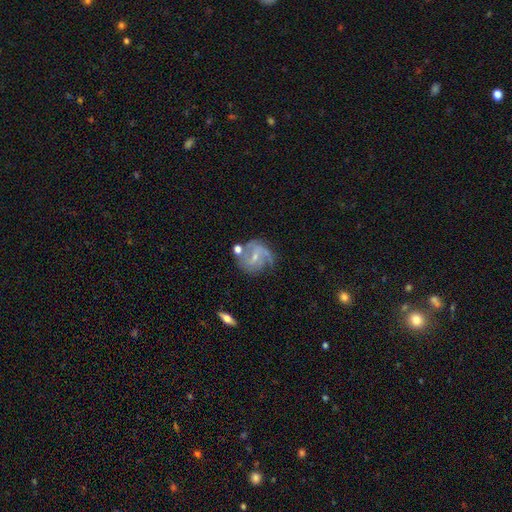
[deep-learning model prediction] smooth_or_featured: featured or disk (p=0.76) [alt: smooth p=0.16]
disk_edge_on: no (p=0.97) [alt: yes p=0.03]
bar: weak (p=0.53) [alt: no p=0.26]
has_spiral_arms: yes (p=0.91) [alt: no p=0.09]
spiral_winding: medium (p=0.44) [alt: loose p=0.30]
spiral_arm_count: 2 (p=0.54) [alt: can't tell p=0.18]
bulge_size: small (p=0.67) [alt: moderate p=0.25]
merging: none (p=0.57) [alt: minor disturbance p=0.22]